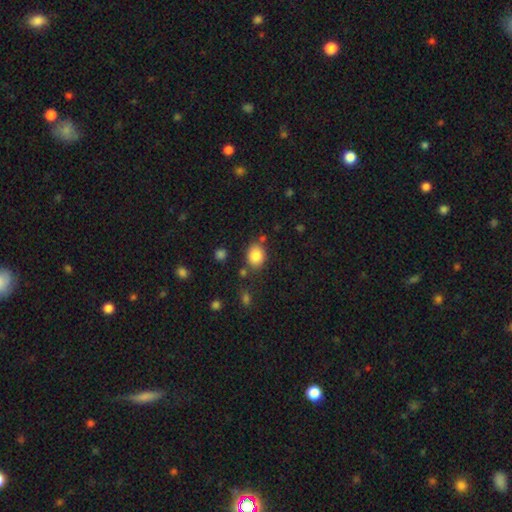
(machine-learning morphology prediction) The model was most divided on "how rounded": round: 52%, in between: 47%, cigar-shaped: 1%. More confident: smooth or featured — smooth (84%); merging — none (77%).